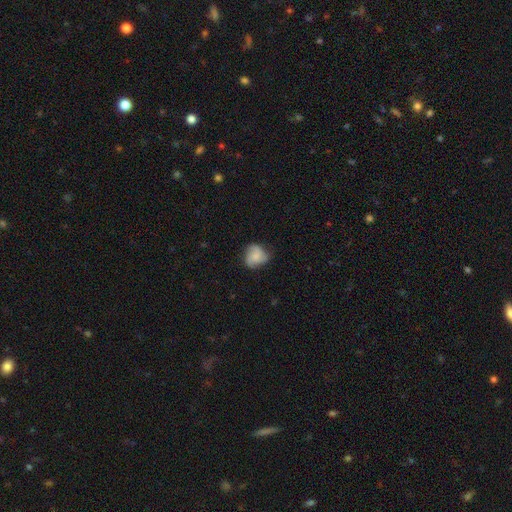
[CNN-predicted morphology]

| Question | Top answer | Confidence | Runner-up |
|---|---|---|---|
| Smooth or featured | smooth | 51% | featured or disk (41%) |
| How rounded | round | 68% | in between (31%) |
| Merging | none | 64% | minor disturbance (25%) |